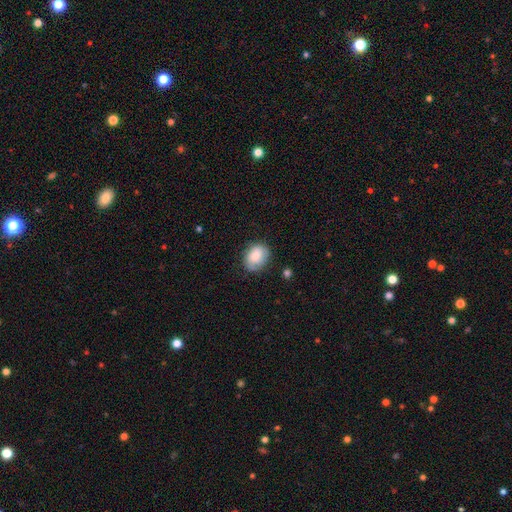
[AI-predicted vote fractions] smooth-or-featured: smooth: 79% | featured or disk: 14% | star or artifact: 7%
  how-rounded: in between: 59% | round: 40% | cigar-shaped: 1%
  merging: none: 70% | minor disturbance: 22% | major disturbance: 6% | merger: 2%